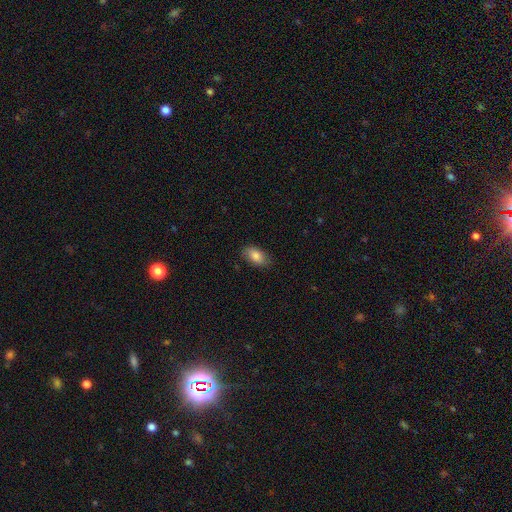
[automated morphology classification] Q: Smooth or featured?
A: smooth (85%); runner-up: featured or disk (8%)
Q: How rounded?
A: in between (92%); runner-up: round (5%)
Q: Merging?
A: none (84%); runner-up: minor disturbance (12%)